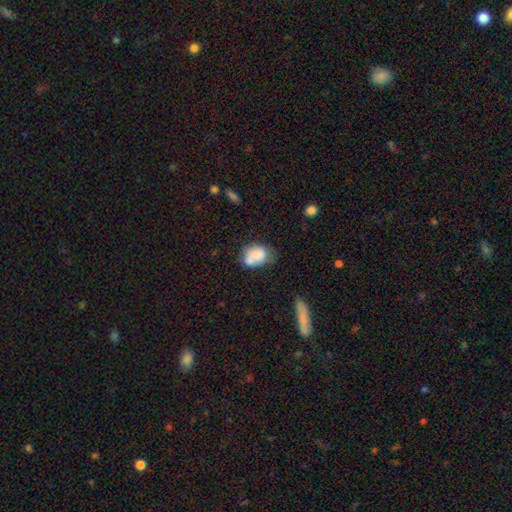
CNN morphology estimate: A smooth galaxy with no disk features (72%) that is in between round and cigar-shaped (62%).

Vote fractions:
- Smooth or featured? smooth: 72% / featured or disk: 20% / star or artifact: 8%
- How rounded? in between: 62% / round: 37% / cigar-shaped: 1%
- Merging? none: 39% / merger: 27% / minor disturbance: 24% / major disturbance: 9%